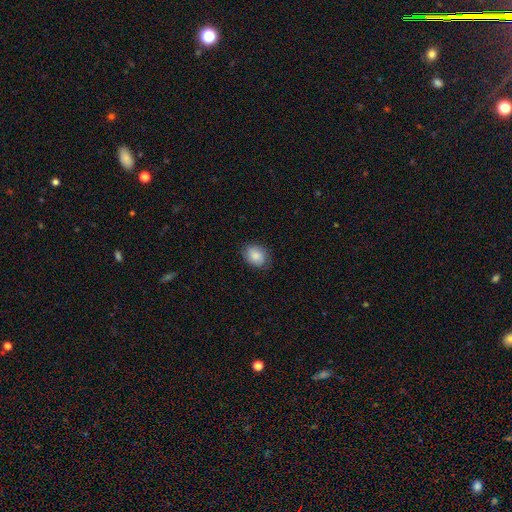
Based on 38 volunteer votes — smooth_or_featured: smooth (p=0.79) [alt: featured or disk p=0.13]
how_rounded: in between (p=0.70) [alt: round p=0.30]
merging: none (p=0.83) [alt: minor disturbance p=0.17]